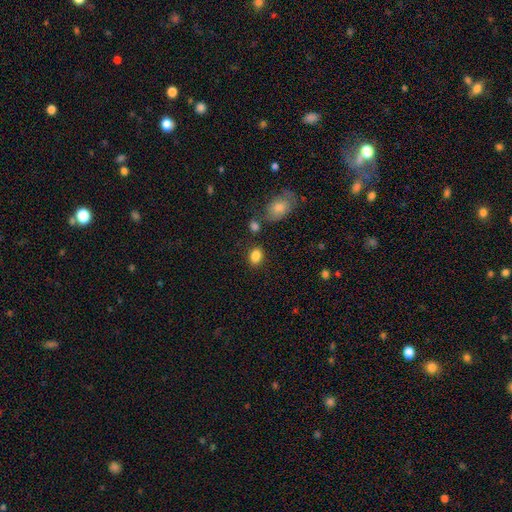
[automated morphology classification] Smooth or featured?
  - smooth: 85% *
  - star or artifact: 10%
  - featured or disk: 6%
How rounded?
  - in between: 68% *
  - round: 31%
  - cigar-shaped: 1%
Merging?
  - none: 79% *
  - minor disturbance: 11%
  - merger: 6%
  - major disturbance: 4%